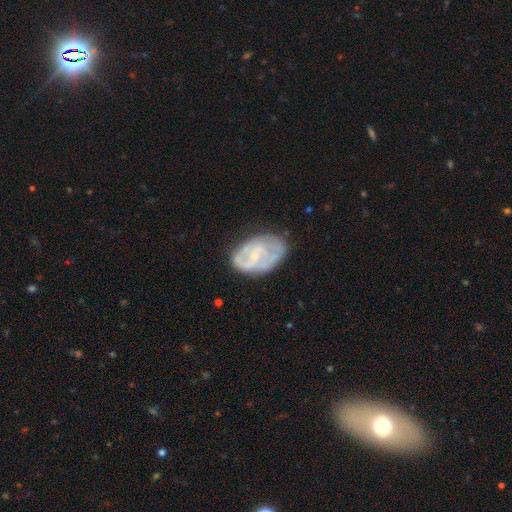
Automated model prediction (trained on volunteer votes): featured or disk 60%, smooth 33%, star or artifact 7%. Down the decision tree: edge-on disk — no (96%); bar — no (47%); spiral arms — yes (54%); bulge size — small (63%); merging — none (56%).